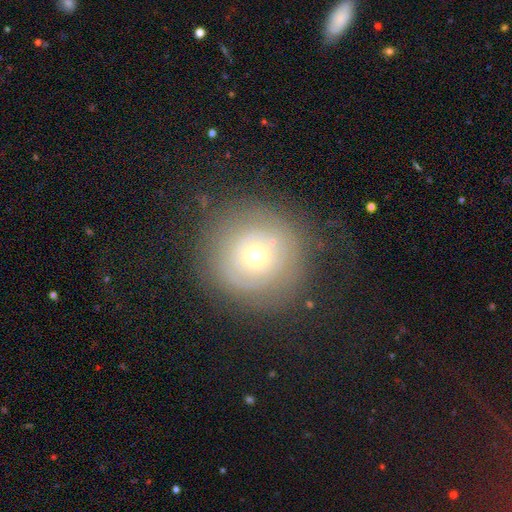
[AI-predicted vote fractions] This appears to be a featured or disk galaxy (45%). Merging: none (72%).